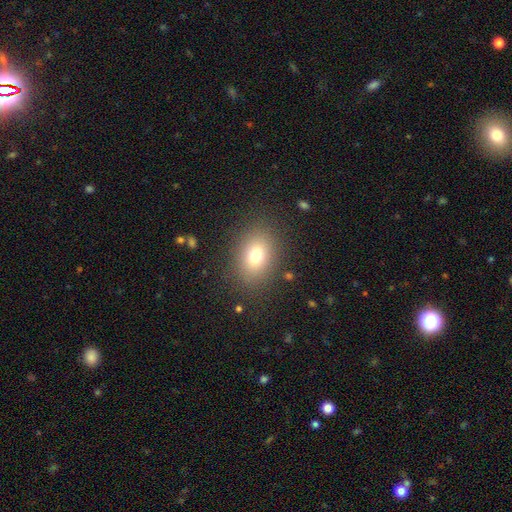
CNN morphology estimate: Smooth or featured?
  - smooth: 76% *
  - star or artifact: 13%
  - featured or disk: 12%
How rounded?
  - in between: 66% *
  - round: 33%
  - cigar-shaped: 1%
Merging?
  - none: 85% *
  - minor disturbance: 9%
  - major disturbance: 5%
  - merger: 1%